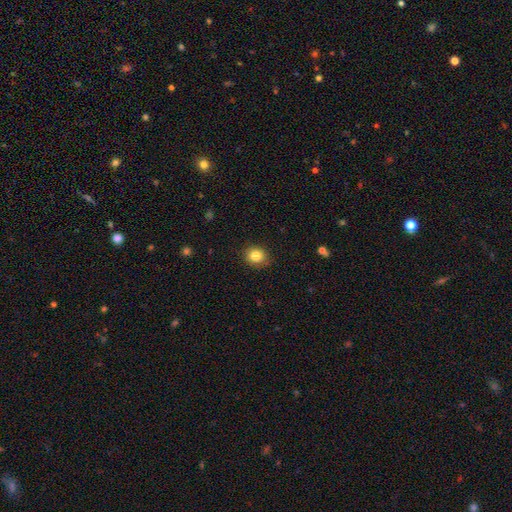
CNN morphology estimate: A smooth galaxy with no disk features (83%) that is round (73%).

Vote fractions:
- Smooth or featured? smooth: 83% / star or artifact: 10% / featured or disk: 6%
- How rounded? round: 73% / in between: 26% / cigar-shaped: 1%
- Merging? none: 88% / minor disturbance: 9% / major disturbance: 2% / merger: 1%